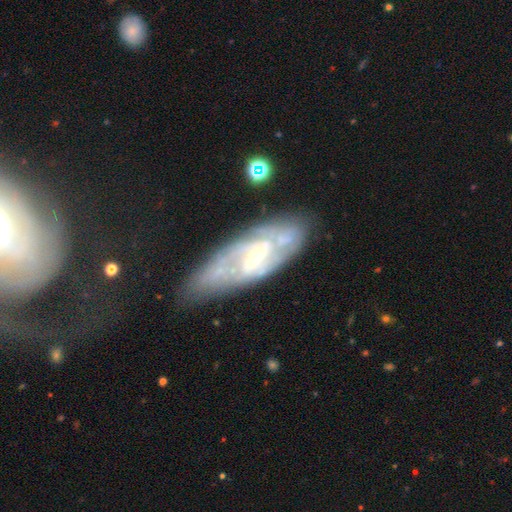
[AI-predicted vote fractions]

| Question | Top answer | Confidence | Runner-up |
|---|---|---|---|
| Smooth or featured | featured or disk | 80% | smooth (14%) |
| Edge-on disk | no | 87% | yes (13%) |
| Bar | weak | 49% | strong (28%) |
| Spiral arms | yes | 85% | no (15%) |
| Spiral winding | tight | 47% | medium (38%) |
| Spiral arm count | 2 | 41% | can't tell (40%) |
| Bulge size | small | 59% | moderate (35%) |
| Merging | none | 67% | minor disturbance (21%) |